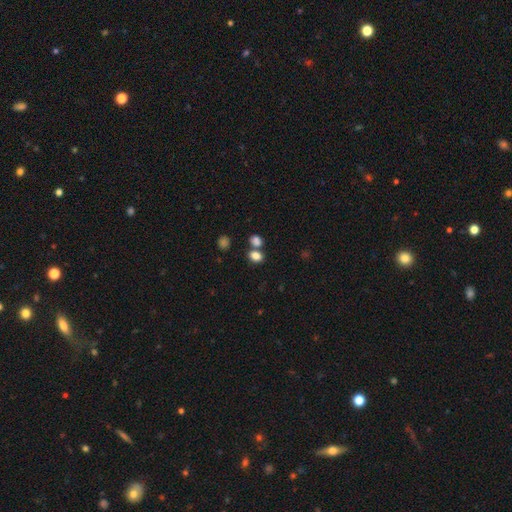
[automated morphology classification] A smooth galaxy with no disk features (81%) that is in between round and cigar-shaped (63%). Merging: none (54%).